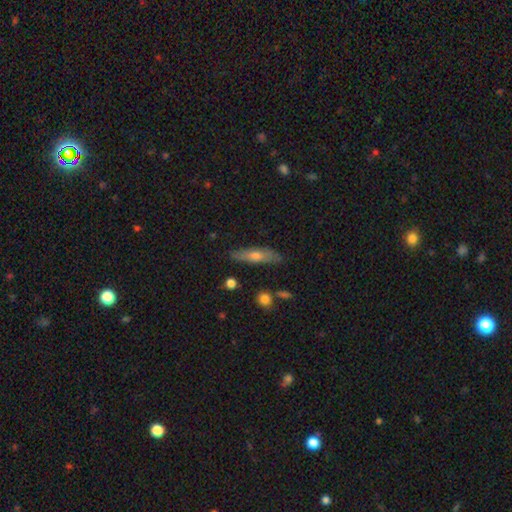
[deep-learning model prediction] smooth 52%, featured or disk 40%, star or artifact 7%. Down the decision tree: how rounded — cigar-shaped (68%); merging — none (80%).